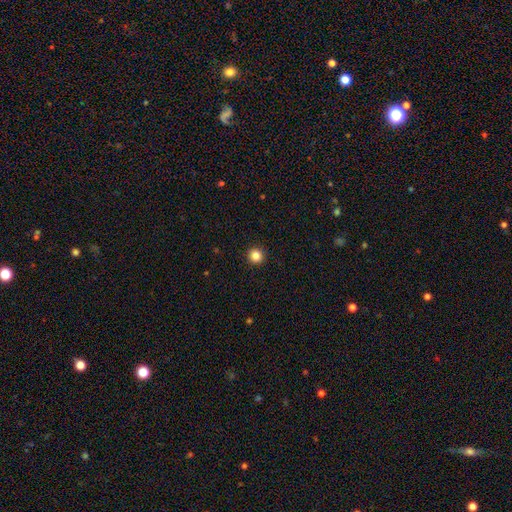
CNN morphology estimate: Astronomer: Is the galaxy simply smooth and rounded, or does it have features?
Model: smooth — 85%.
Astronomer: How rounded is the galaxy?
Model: round — 95%.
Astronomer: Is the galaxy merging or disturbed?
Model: none — 94%.